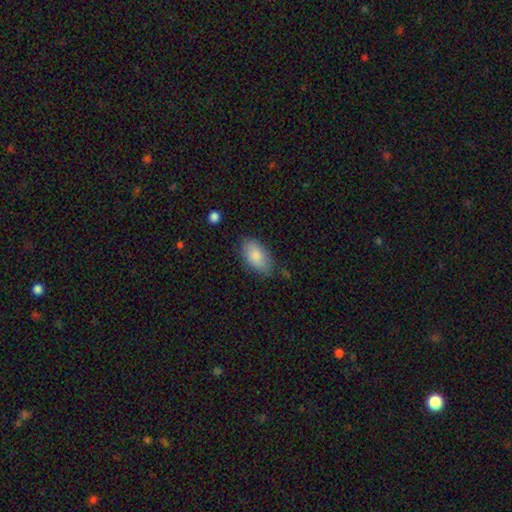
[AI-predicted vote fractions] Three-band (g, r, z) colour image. It shows a smooth galaxy with no disk features (84%) that is in between round and cigar-shaped (93%). Merging: none (74%).